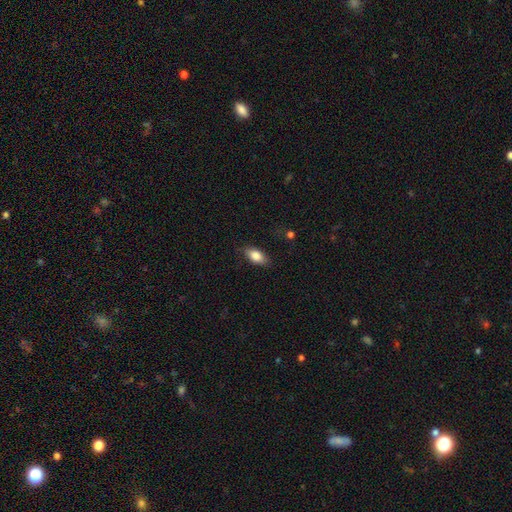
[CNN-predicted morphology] Smooth or featured?
  - smooth: 82% *
  - featured or disk: 11%
  - star or artifact: 7%
How rounded?
  - in between: 88% *
  - cigar-shaped: 7%
  - round: 4%
Merging?
  - none: 81% *
  - minor disturbance: 14%
  - major disturbance: 3%
  - merger: 1%